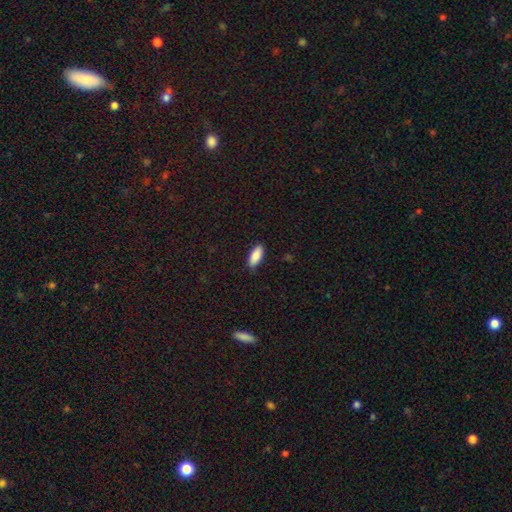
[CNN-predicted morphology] Overall: smooth (88%). How rounded: in between (85%). Merging: none (84%).